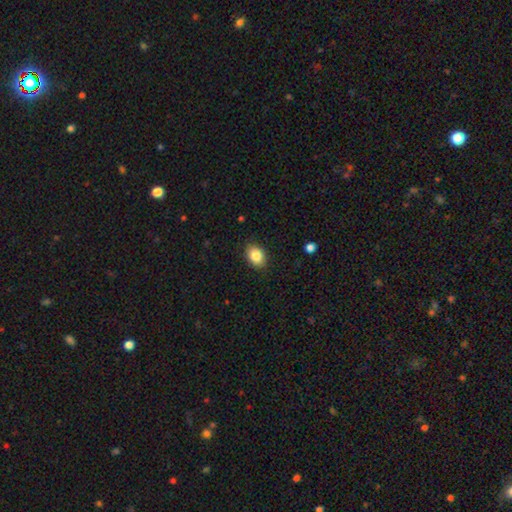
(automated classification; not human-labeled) Smooth or featured?
  - smooth: 85% *
  - star or artifact: 8%
  - featured or disk: 6%
How rounded?
  - in between: 71% *
  - round: 28%
  - cigar-shaped: 1%
Merging?
  - none: 87% *
  - minor disturbance: 9%
  - major disturbance: 2%
  - merger: 1%